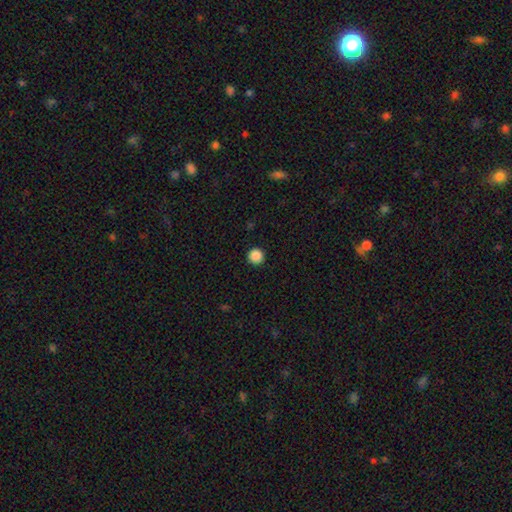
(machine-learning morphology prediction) Smooth or featured? smooth (88%)
How rounded? round (96%)
Merging? none (93%)